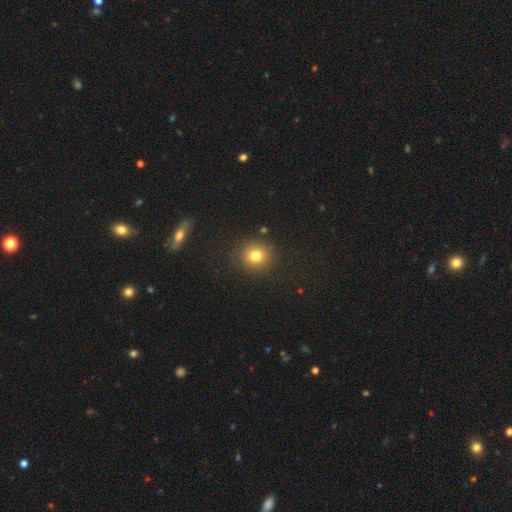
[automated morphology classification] Smooth or featured? Predicted: smooth (p=0.80). How rounded? Predicted: round (p=0.87). Merging? Predicted: none (p=0.87).